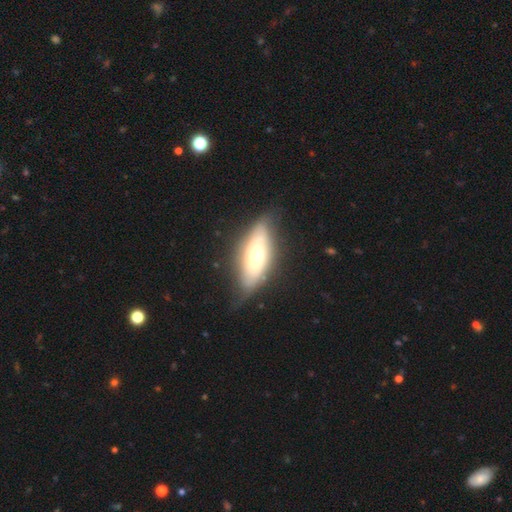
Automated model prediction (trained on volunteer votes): Smooth or featured? featured or disk (48%)
Merging? none (77%)